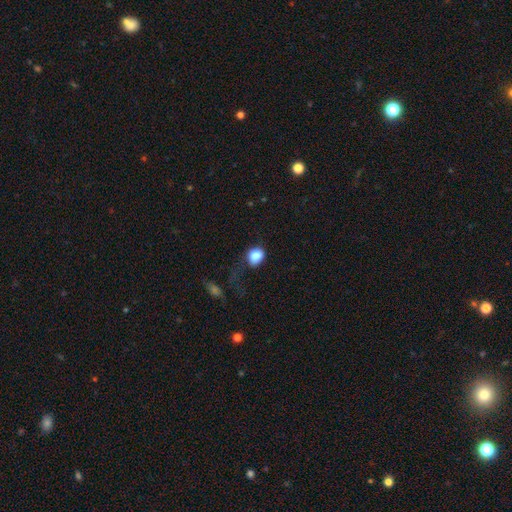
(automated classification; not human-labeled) Overall: smooth (84%). How rounded: round (50%; in between 49%). Merging: none (47%; minor disturbance 26%).